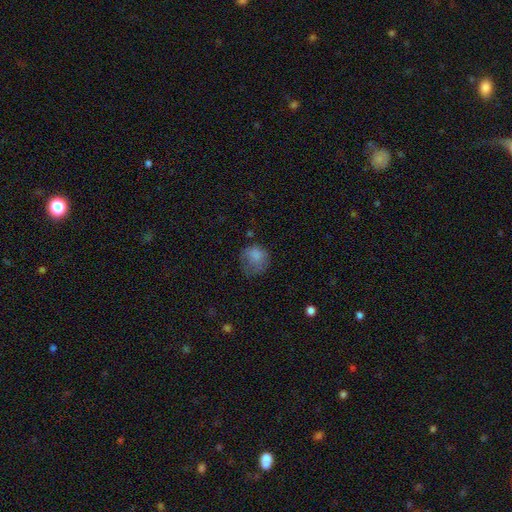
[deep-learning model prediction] Morphology: type=smooth (77%); roundness=round (74%); merging=none (42%).